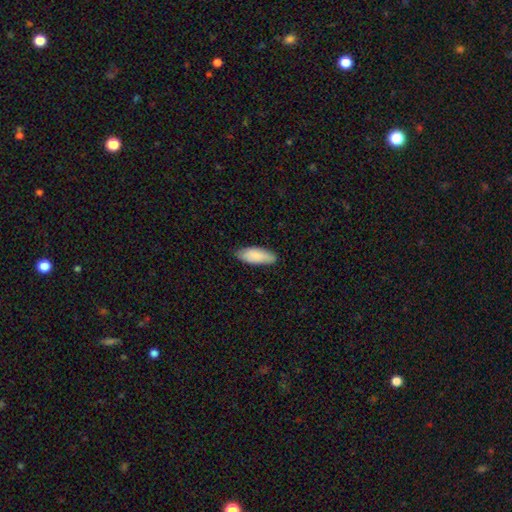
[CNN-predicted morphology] Q: Smooth or featured?
A: smooth (87%); runner-up: featured or disk (8%)
Q: How rounded?
A: in between (76%); runner-up: cigar-shaped (22%)
Q: Merging?
A: none (79%); runner-up: minor disturbance (18%)